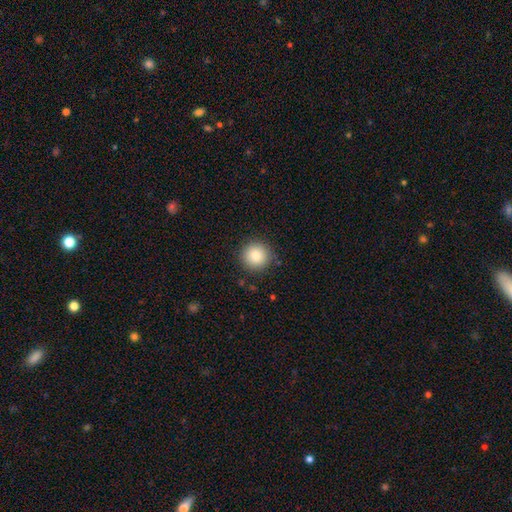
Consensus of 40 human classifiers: Overall: smooth (95%). How rounded: round (95%). Merging: none (90%).